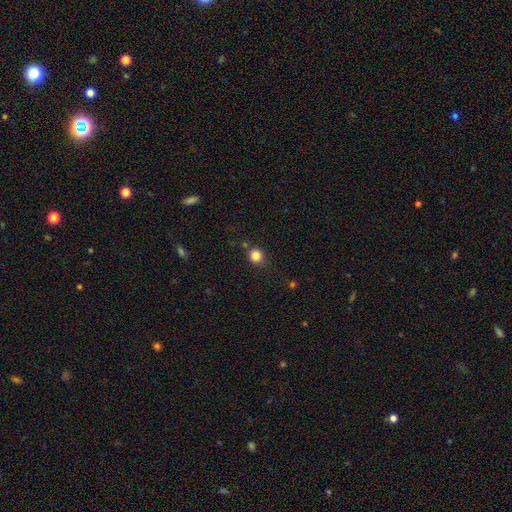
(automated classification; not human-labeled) Smooth or featured? Predicted: smooth (p=0.83). How rounded? Predicted: round (p=0.88). Merging? Predicted: none (p=0.82).